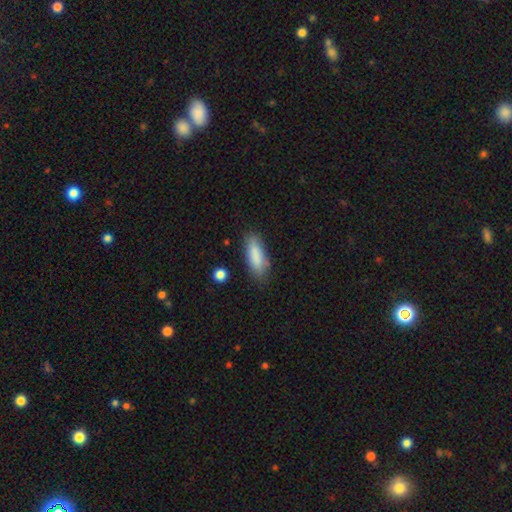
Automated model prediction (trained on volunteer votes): smooth_or_featured: smooth (p=0.85) [alt: featured or disk p=0.08]
how_rounded: in between (p=0.60) [alt: cigar-shaped p=0.38]
merging: none (p=0.79) [alt: minor disturbance p=0.15]